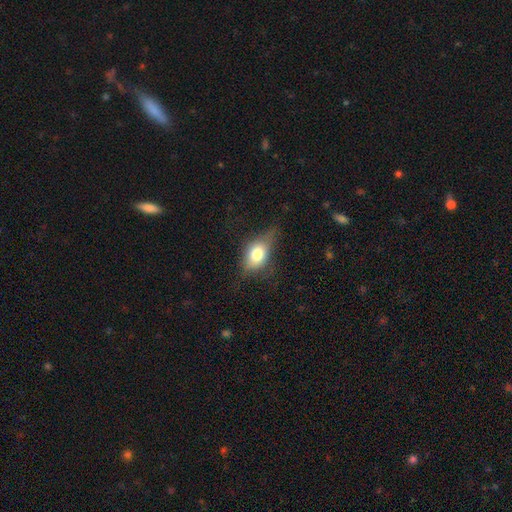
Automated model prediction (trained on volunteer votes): smooth_or_featured: smooth (p=0.72) [alt: featured or disk p=0.20]
how_rounded: in between (p=0.77) [alt: round p=0.18]
merging: none (p=0.51) [alt: minor disturbance p=0.33]